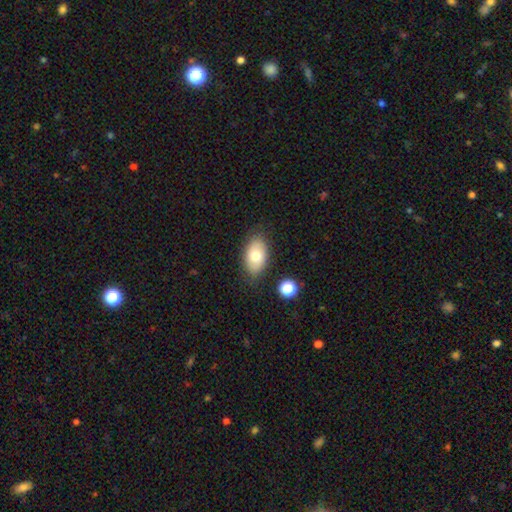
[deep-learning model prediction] Smooth or featured? Predicted: smooth (p=0.73). How rounded? Predicted: in between (p=0.91). Merging? Predicted: none (p=0.81).